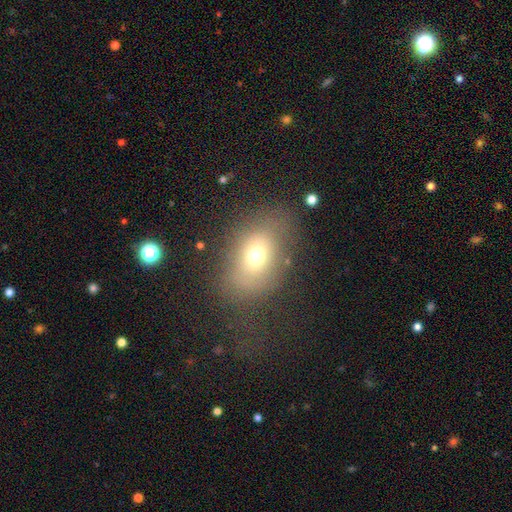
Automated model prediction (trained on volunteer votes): A smooth galaxy with no disk features (68%) that is in between round and cigar-shaped (68%).

Vote fractions:
- Smooth or featured? smooth: 68% / featured or disk: 17% / star or artifact: 15%
- How rounded? in between: 68% / round: 31% / cigar-shaped: 1%
- Merging? none: 61% / minor disturbance: 19% / major disturbance: 17% / merger: 3%